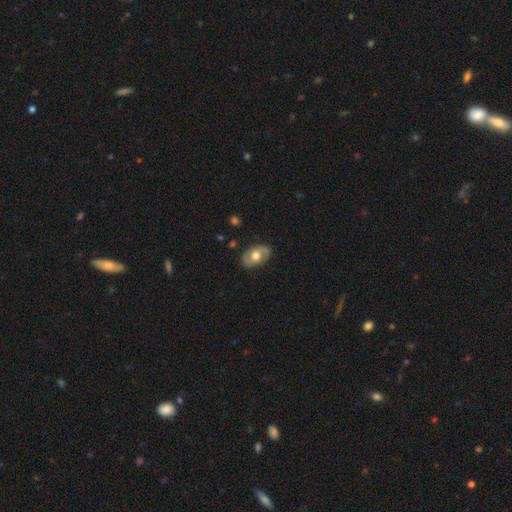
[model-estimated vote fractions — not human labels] Q: Smooth or featured?
A: featured or disk (56%); runner-up: smooth (37%)
Q: Edge-on disk?
A: no (93%); runner-up: yes (7%)
Q: Bar?
A: no (74%); runner-up: weak (21%)
Q: Spiral arms?
A: yes (58%); runner-up: no (42%)
Q: Bulge size?
A: moderate (62%); runner-up: large (31%)
Q: Merging?
A: none (80%); runner-up: minor disturbance (15%)